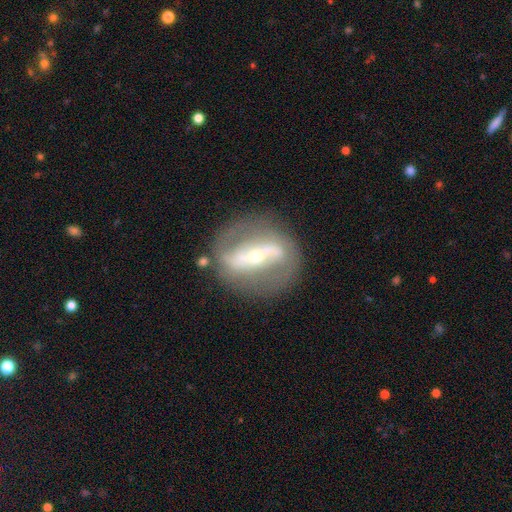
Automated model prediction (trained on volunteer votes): The model was most divided on "spiral winding": medium: 40%, loose: 37%, tight: 23%. More confident: edge-on disk — no (89%); spiral arm count — 2 (84%); smooth or featured — featured or disk (82%); merging — none (77%); spiral arms — yes (71%); bar — strong (68%); bulge size — small (64%).